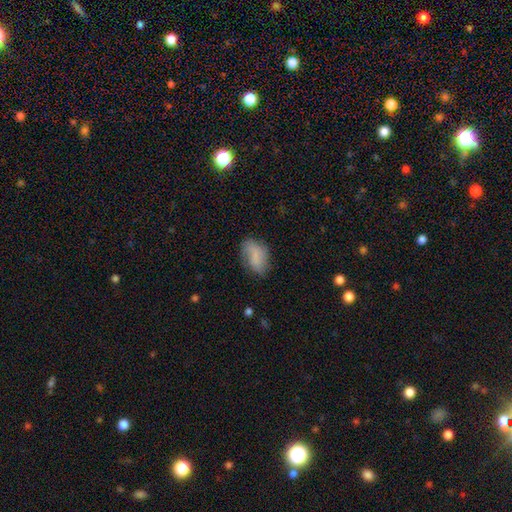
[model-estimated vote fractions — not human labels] The model was most divided on "merging": none: 64%, minor disturbance: 26%, major disturbance: 8%, merger: 2%. More confident: how rounded — in between (89%); smooth or featured — smooth (72%).